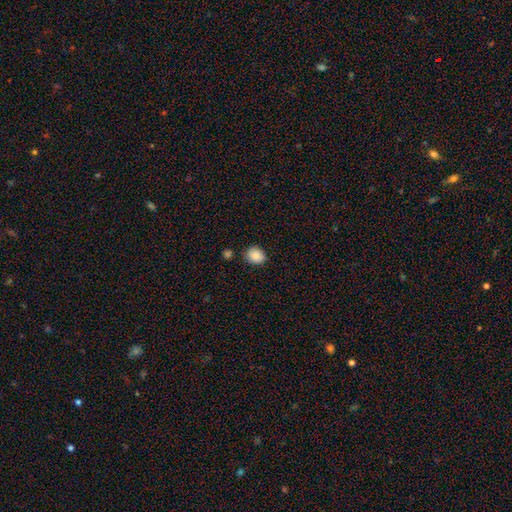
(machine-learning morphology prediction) Smooth or featured?
  - smooth: 88% *
  - star or artifact: 8%
  - featured or disk: 4%
How rounded?
  - round: 60% *
  - in between: 39%
  - cigar-shaped: 1%
Merging?
  - none: 82% *
  - minor disturbance: 11%
  - merger: 4%
  - major disturbance: 3%